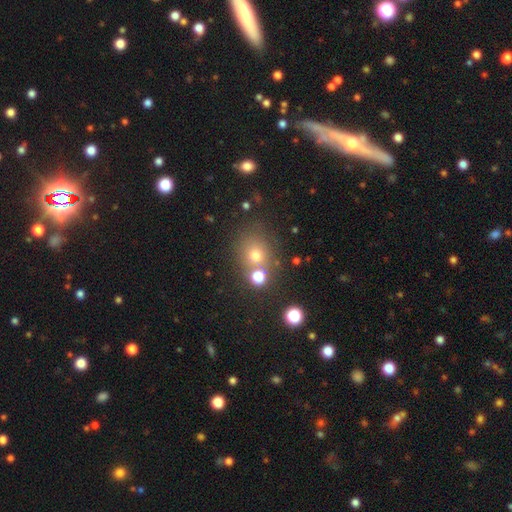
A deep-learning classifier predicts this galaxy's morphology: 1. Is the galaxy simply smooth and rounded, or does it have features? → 67% smooth, 20% star or artifact, 12% featured or disk.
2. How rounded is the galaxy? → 75% round, 24% in between, 1% cigar-shaped.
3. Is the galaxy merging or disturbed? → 65% none, 20% merger, 11% minor disturbance, 5% major disturbance.